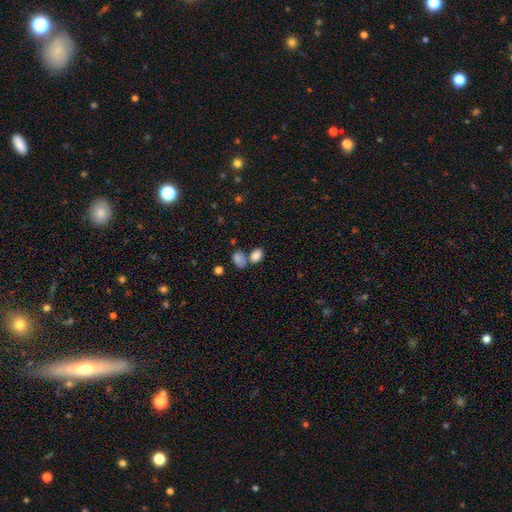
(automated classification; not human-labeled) This is clearly a smooth galaxy (84%). How rounded: likely in between (79%). Merging: possibly none (45%).